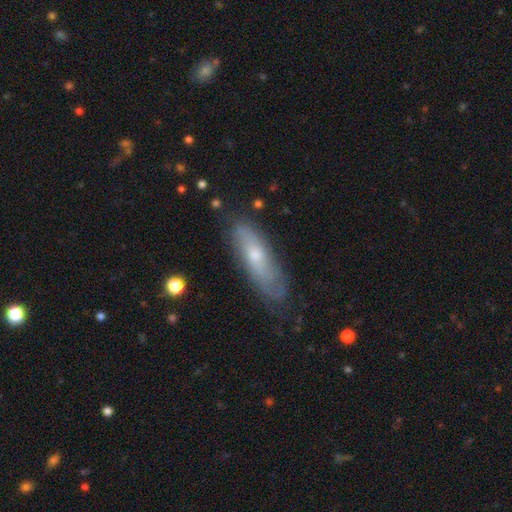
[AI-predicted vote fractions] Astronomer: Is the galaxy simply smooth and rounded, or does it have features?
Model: featured or disk — 47% (runner-up: smooth, 45%).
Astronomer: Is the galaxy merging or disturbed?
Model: none — 70%.